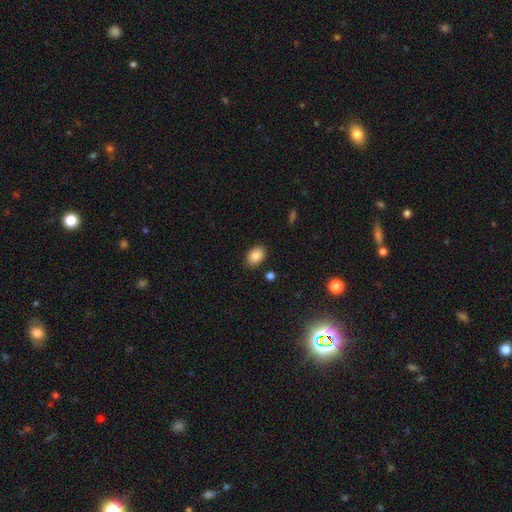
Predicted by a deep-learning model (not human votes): The model was most divided on "how rounded": in between: 79%, round: 20%, cigar-shaped: 1%. More confident: smooth or featured — smooth (87%); merging — none (86%).